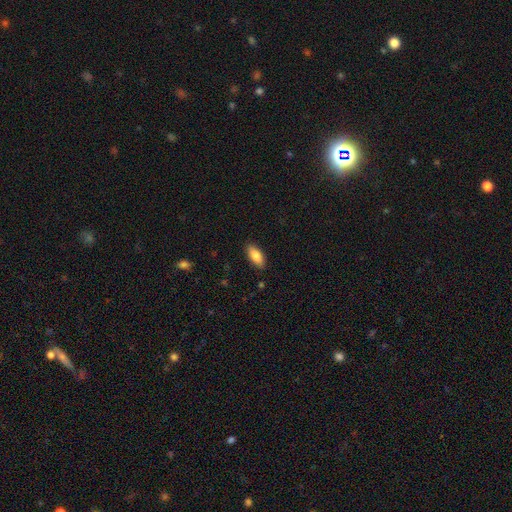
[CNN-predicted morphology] This appears to be a smooth galaxy with no disk features (84%) that is in between round and cigar-shaped (86%). Merging: none (88%).